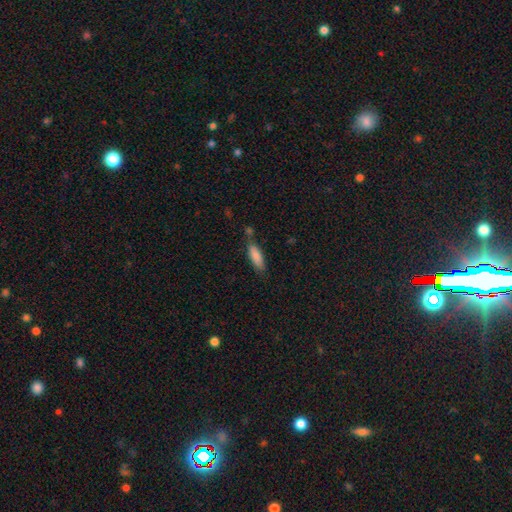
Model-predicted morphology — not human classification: type=smooth (85%); roundness=in between (56%); merging=none (67%).